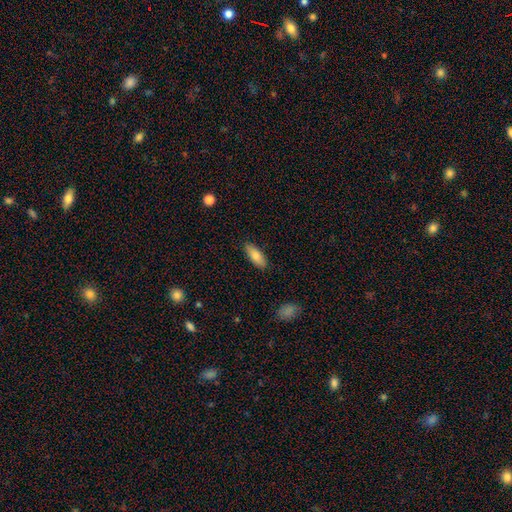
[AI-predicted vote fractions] Morphology: type=smooth (80%); roundness=in between (73%); merging=none (86%).